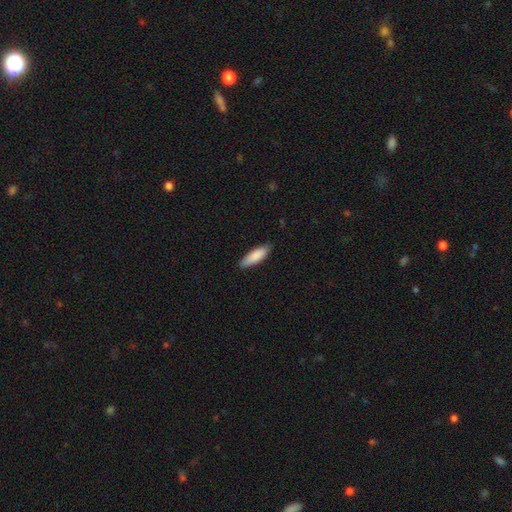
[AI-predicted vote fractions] This is clearly a smooth galaxy (87%). How rounded: possibly in between (53%). Merging: clearly none (85%).